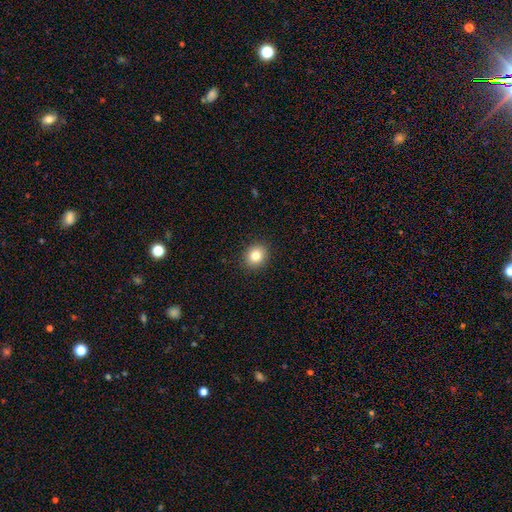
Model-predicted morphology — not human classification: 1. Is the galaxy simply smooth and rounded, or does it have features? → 82% smooth, 11% star or artifact, 7% featured or disk.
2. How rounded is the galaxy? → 72% round, 27% in between, 1% cigar-shaped.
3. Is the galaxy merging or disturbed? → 91% none, 6% minor disturbance, 2% major disturbance, 1% merger.